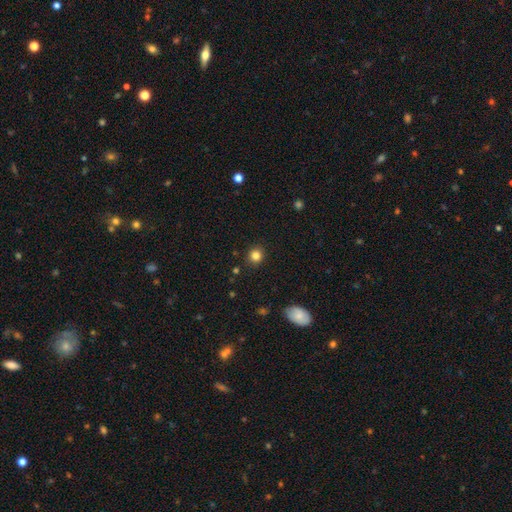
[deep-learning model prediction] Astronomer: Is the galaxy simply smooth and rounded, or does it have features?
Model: smooth — 82%.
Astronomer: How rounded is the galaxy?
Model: round — 87%.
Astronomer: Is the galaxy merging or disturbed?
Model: none — 89%.